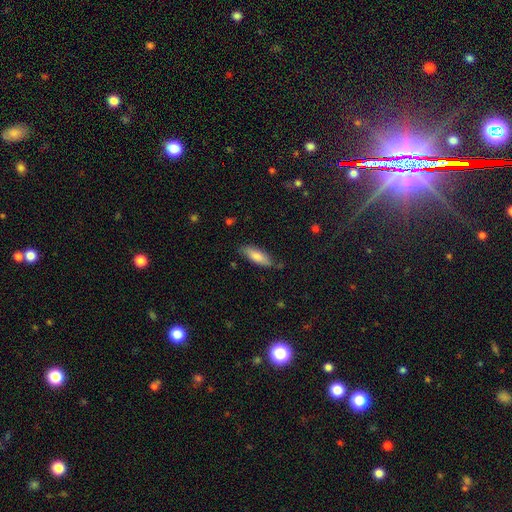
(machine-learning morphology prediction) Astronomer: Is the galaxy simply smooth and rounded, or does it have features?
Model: smooth — 79%.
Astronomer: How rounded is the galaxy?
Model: in between — 58% (runner-up: cigar-shaped, 41%).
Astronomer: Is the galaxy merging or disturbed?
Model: none — 78%.